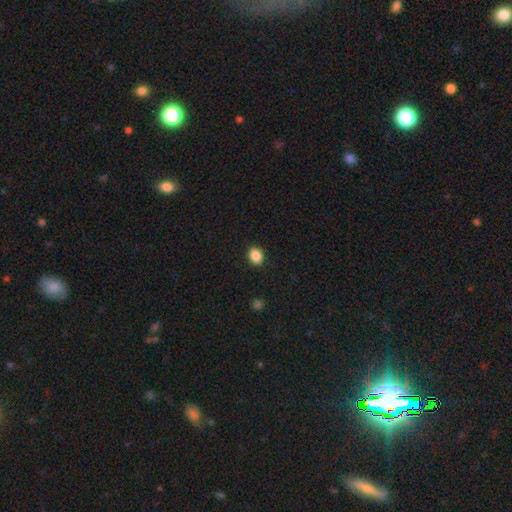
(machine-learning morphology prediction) Smooth or featured? smooth (88%)
How rounded? in between (59%)
Merging? none (89%)